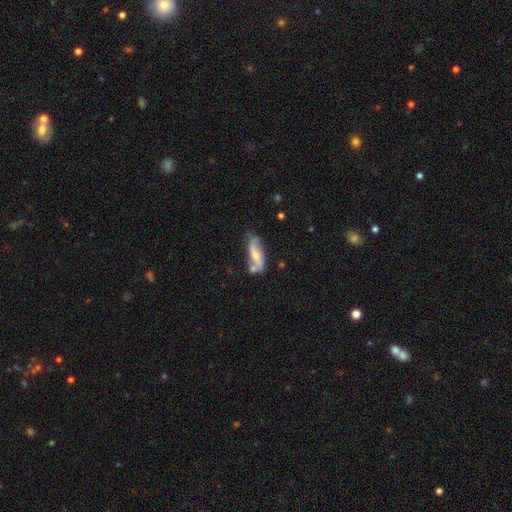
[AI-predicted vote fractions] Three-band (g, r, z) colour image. It shows a featured or disk galaxy (48%). Merging: none (52%).